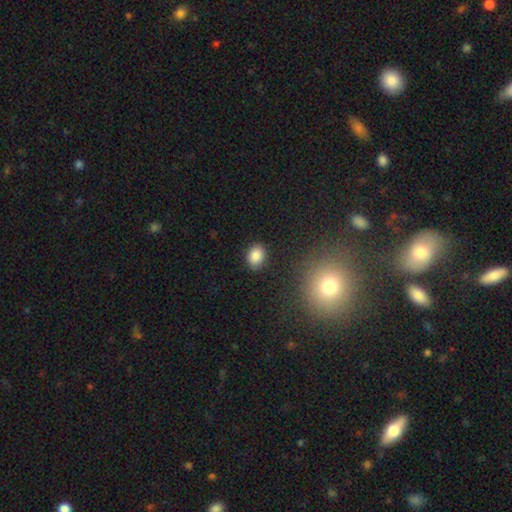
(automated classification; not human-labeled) smooth 86%, star or artifact 10%, featured or disk 5%. Down the decision tree: how rounded — in between (66%); merging — none (86%).